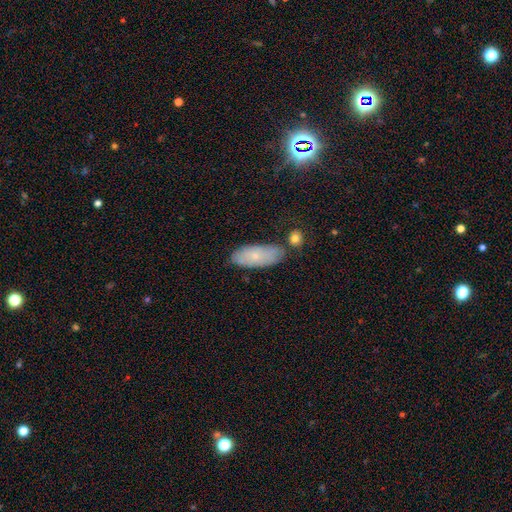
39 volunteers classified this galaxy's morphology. Smooth or featured?
  - smooth: 67% *
  - featured or disk: 28%
  - star or artifact: 5%
How rounded?
  - in between: 69% *
  - cigar-shaped: 27%
  - round: 4%
Merging?
  - none: 65% *
  - minor disturbance: 24%
  - major disturbance: 8%
  - merger: 3%